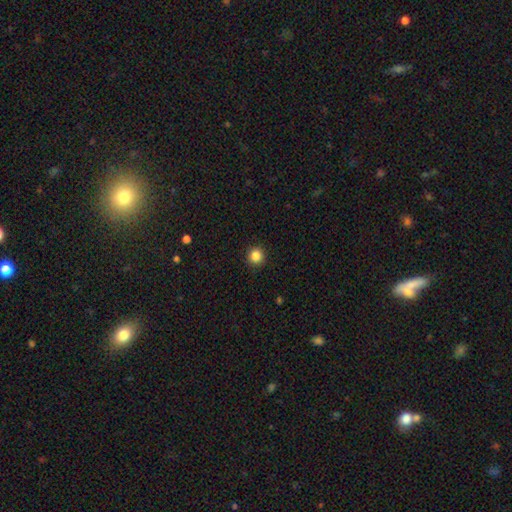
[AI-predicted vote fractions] Smooth or featured? smooth (85%)
How rounded? round (94%)
Merging? none (92%)